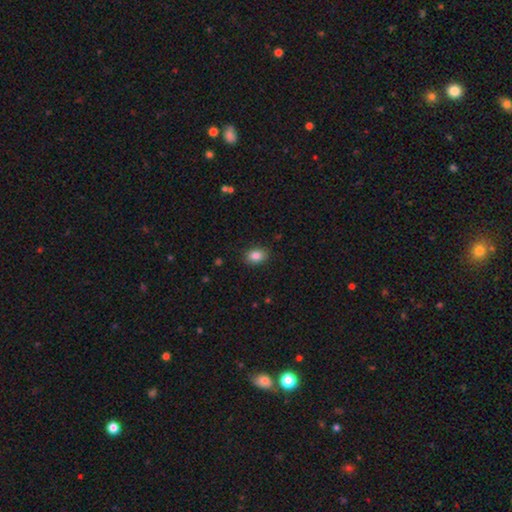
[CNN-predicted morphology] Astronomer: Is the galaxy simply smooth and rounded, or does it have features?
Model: smooth — 85%.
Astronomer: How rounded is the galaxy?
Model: in between — 72%.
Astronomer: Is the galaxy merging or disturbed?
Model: none — 87%.